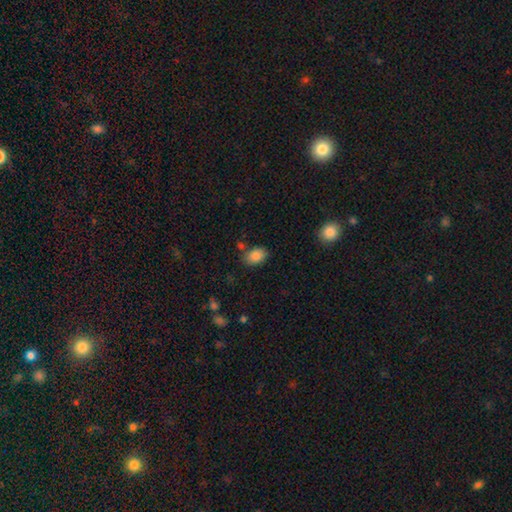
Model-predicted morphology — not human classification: Smooth or featured?
  - smooth: 85% *
  - star or artifact: 8%
  - featured or disk: 6%
How rounded?
  - in between: 84% *
  - round: 15%
  - cigar-shaped: 1%
Merging?
  - none: 75% *
  - minor disturbance: 15%
  - merger: 7%
  - major disturbance: 4%